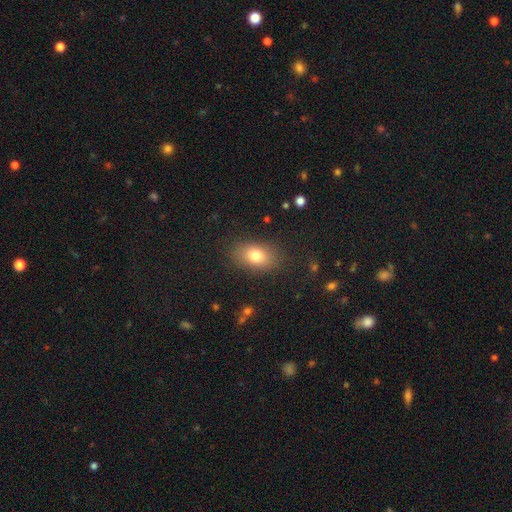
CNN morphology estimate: smooth_or_featured: smooth (p=0.78) [alt: featured or disk p=0.12]
how_rounded: in between (p=0.82) [alt: round p=0.16]
merging: none (p=0.84) [alt: minor disturbance p=0.11]